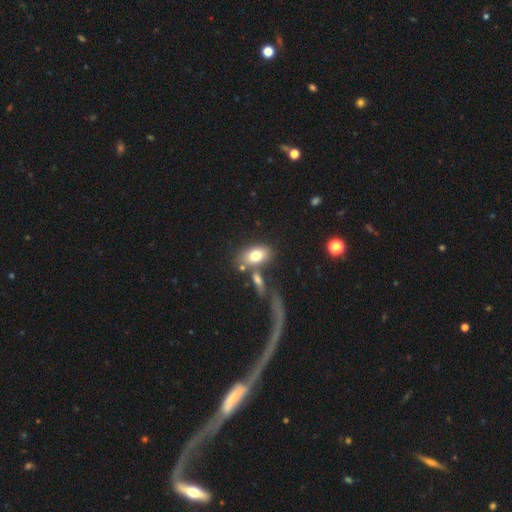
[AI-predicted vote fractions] This appears to be a smooth galaxy with no disk features (75%) that is in between round and cigar-shaped (87%). Merging: none (55%).